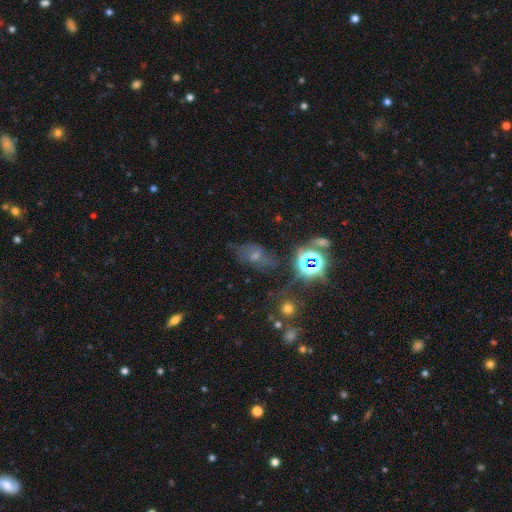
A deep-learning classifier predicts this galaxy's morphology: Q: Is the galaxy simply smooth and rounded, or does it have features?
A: smooth — 38%.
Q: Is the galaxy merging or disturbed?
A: none — 56%.